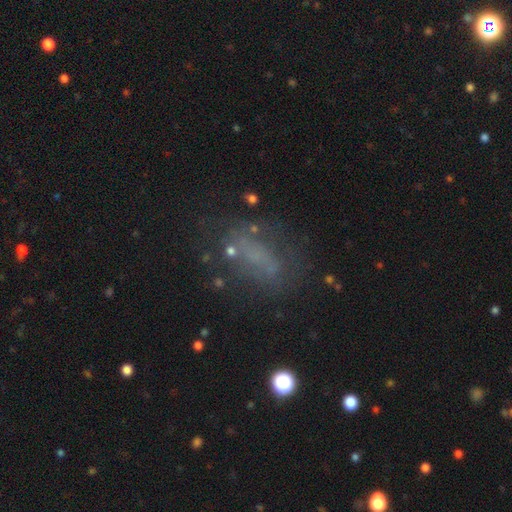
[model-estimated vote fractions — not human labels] Smooth or featured? smooth (39%)
Merging? none (53%)